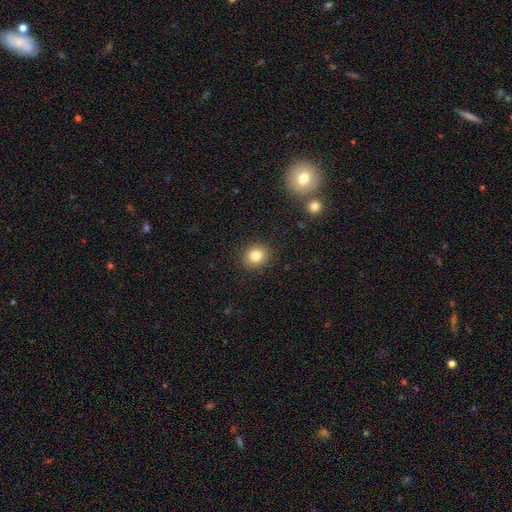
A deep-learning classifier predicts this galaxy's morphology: type=smooth (82%); roundness=round (80%); merging=none (90%).